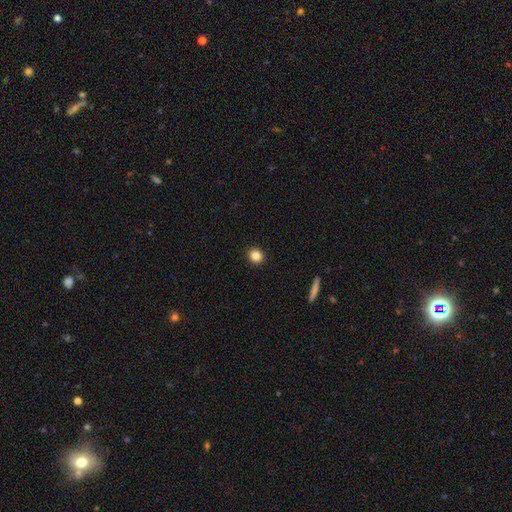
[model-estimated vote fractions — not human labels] This is clearly a smooth galaxy (85%). How rounded: clearly round (84%). Merging: clearly none (92%).